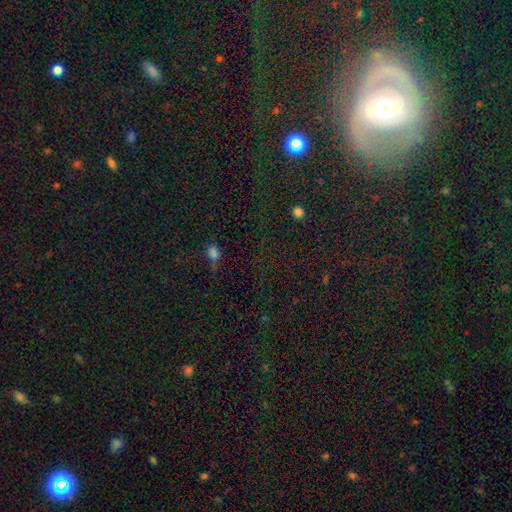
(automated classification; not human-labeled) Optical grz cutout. It shows a featured or disk galaxy (43%). Merging: none (68%).